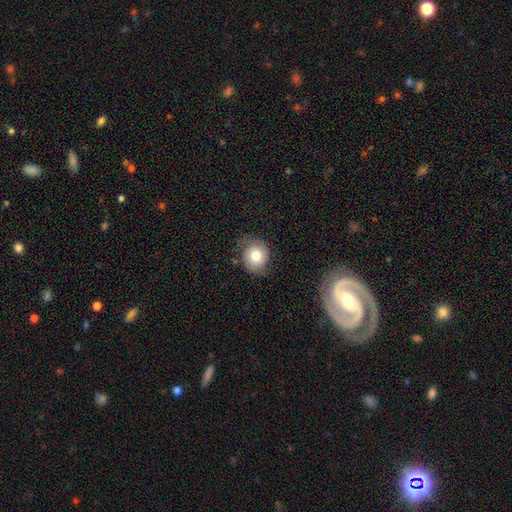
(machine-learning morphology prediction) Smooth or featured: smooth — 68% (featured or disk — 24%)
How rounded: round — 75% (in between — 24%)
Merging: none — 68% (minor disturbance — 23%)